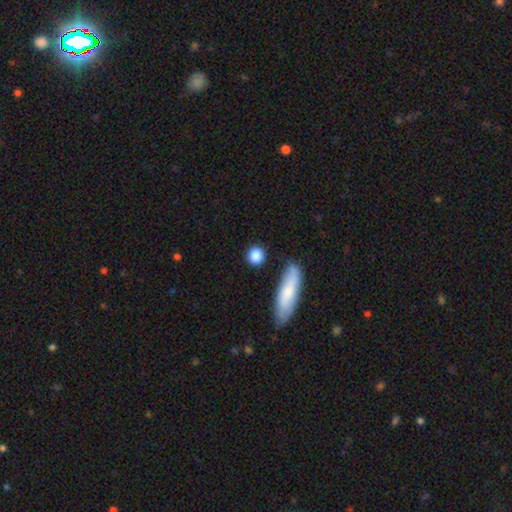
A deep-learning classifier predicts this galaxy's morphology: Q: Smooth or featured?
A: smooth (86%); runner-up: star or artifact (8%)
Q: How rounded?
A: round (81%); runner-up: in between (14%)
Q: Merging?
A: none (82%); runner-up: minor disturbance (10%)